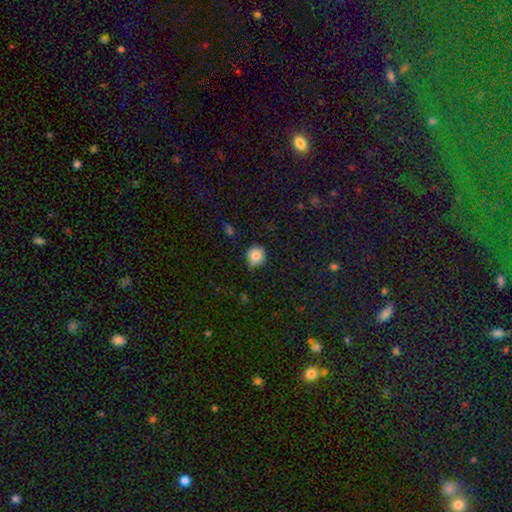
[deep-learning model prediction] A smooth galaxy with no disk features (83%) that is round (84%).

Vote fractions:
- Smooth or featured? smooth: 83% / star or artifact: 10% / featured or disk: 7%
- How rounded? round: 84% / in between: 15% / cigar-shaped: 1%
- Merging? none: 64% / minor disturbance: 29% / major disturbance: 5% / merger: 2%